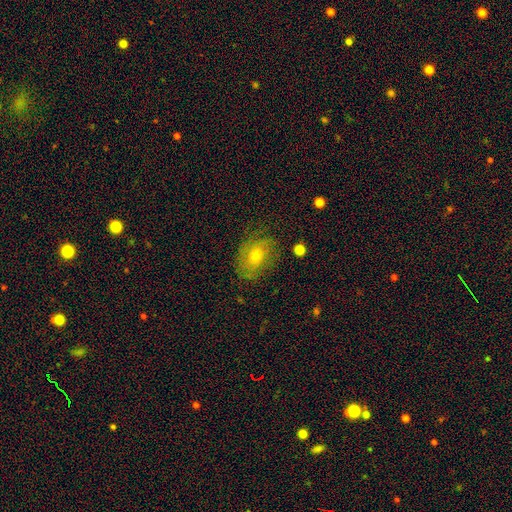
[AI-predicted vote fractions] Morphology: type=smooth (52%); roundness=in between (70%); merging=none (70%).